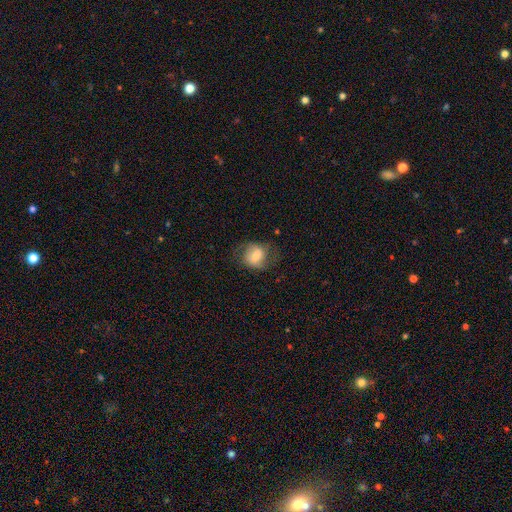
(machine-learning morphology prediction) This appears to be a smooth galaxy with no disk features (58%) that is round (57%). Merging: none (65%).